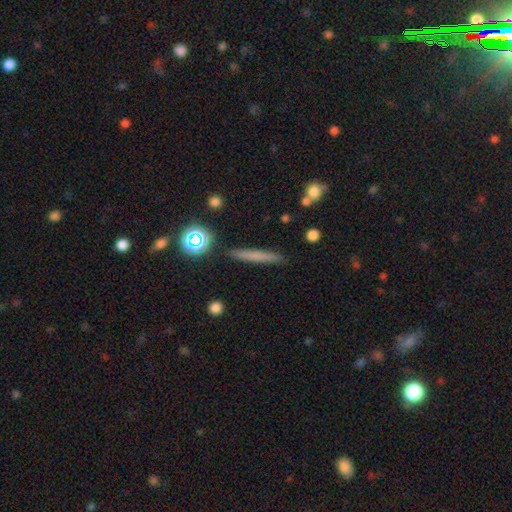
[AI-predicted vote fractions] Smooth or featured?
  - smooth: 64% *
  - featured or disk: 27%
  - star or artifact: 10%
How rounded?
  - cigar-shaped: 93% *
  - in between: 4%
  - round: 3%
Merging?
  - none: 89% *
  - minor disturbance: 7%
  - merger: 2%
  - major disturbance: 2%